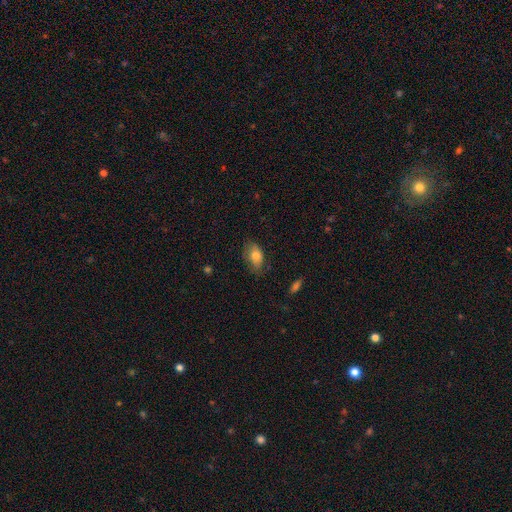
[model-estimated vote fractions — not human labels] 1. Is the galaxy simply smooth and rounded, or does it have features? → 76% smooth, 16% featured or disk, 8% star or artifact.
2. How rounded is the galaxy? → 88% in between, 10% round, 2% cigar-shaped.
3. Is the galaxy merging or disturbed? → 67% none, 25% minor disturbance, 7% major disturbance, 1% merger.